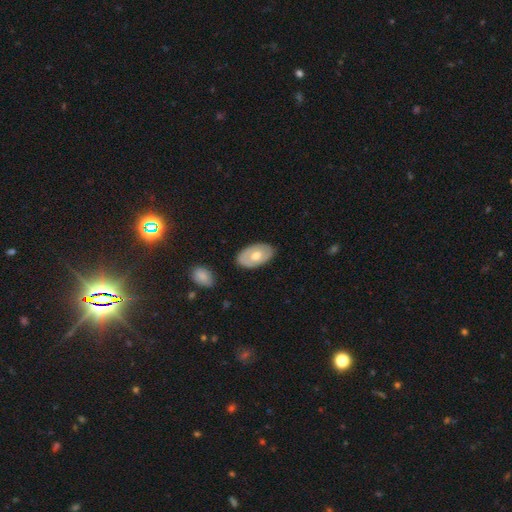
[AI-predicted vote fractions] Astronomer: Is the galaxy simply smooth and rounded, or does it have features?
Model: smooth — 49% (runner-up: featured or disk, 46%).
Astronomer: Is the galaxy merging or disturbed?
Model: none — 83%.